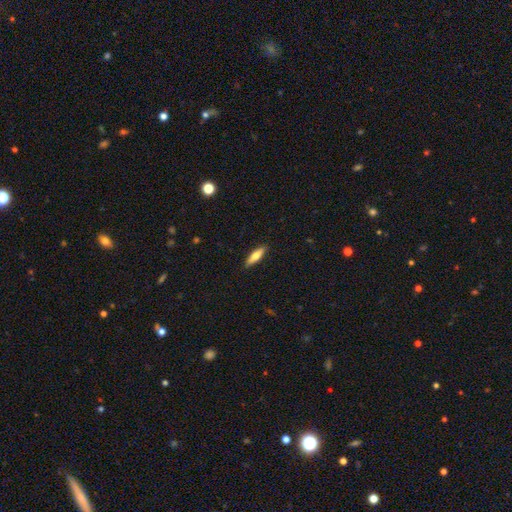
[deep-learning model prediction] This appears to be a smooth galaxy with no disk features (64%) that is cigar-shaped (63%). Merging: none (90%).